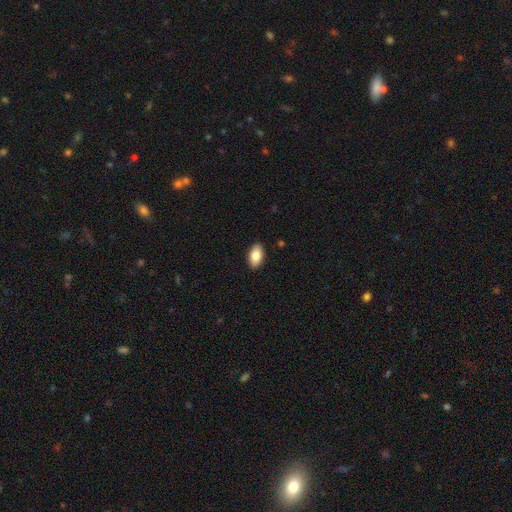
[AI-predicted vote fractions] A smooth galaxy with no disk features (85%) that is in between round and cigar-shaped (94%).

Vote fractions:
- Smooth or featured? smooth: 85% / featured or disk: 9% / star or artifact: 7%
- How rounded? in between: 94% / round: 4% / cigar-shaped: 2%
- Merging? none: 90% / minor disturbance: 7% / major disturbance: 2% / merger: 1%